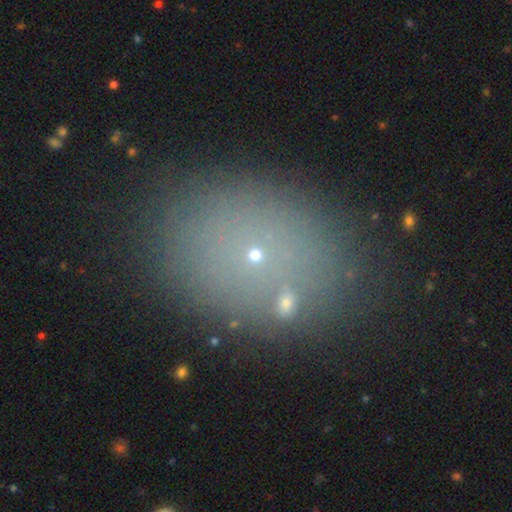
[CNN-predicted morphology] Overall: smooth (60%; star or artifact 25%). How rounded: in between (65%; round 33%). Merging: none (85%).